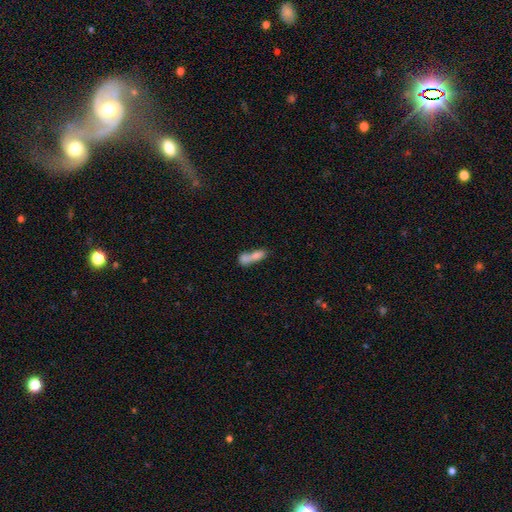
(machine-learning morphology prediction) Overall: smooth (71%). How rounded: in between (59%; cigar-shaped 33%). Merging: merger (65%).